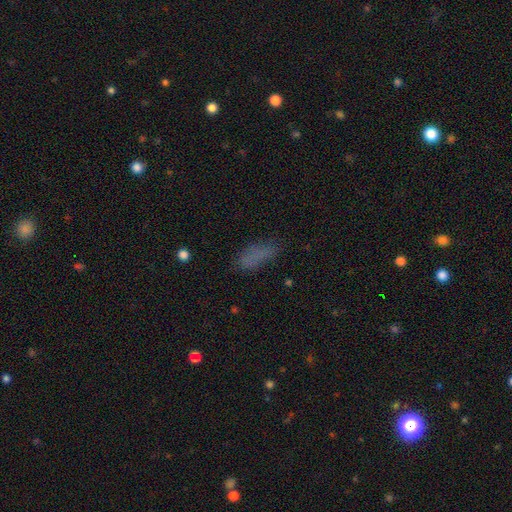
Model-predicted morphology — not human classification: Q: Smooth or featured?
A: smooth (74%); runner-up: star or artifact (15%)
Q: How rounded?
A: in between (68%); runner-up: cigar-shaped (28%)
Q: Merging?
A: none (62%); runner-up: minor disturbance (23%)